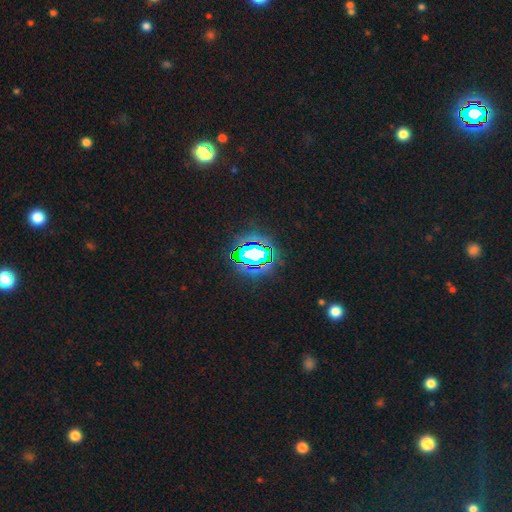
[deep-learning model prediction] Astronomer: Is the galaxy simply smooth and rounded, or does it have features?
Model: star or artifact — 70%.